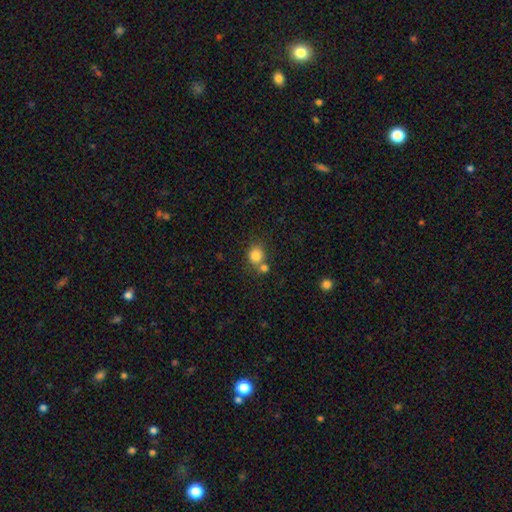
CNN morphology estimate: Smooth or featured?
  - smooth: 82% *
  - star or artifact: 11%
  - featured or disk: 7%
How rounded?
  - round: 78% *
  - in between: 21%
  - cigar-shaped: 1%
Merging?
  - none: 55% *
  - merger: 32%
  - minor disturbance: 10%
  - major disturbance: 4%